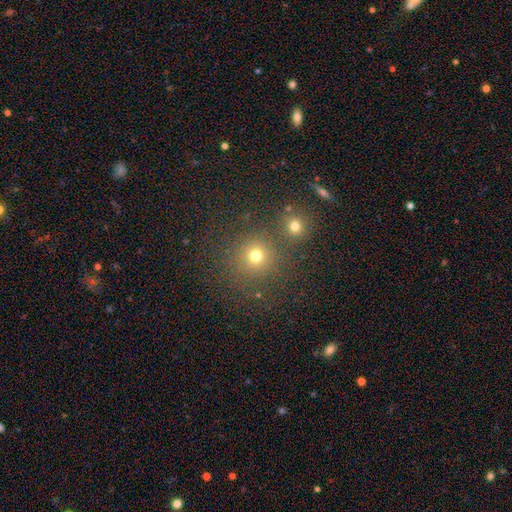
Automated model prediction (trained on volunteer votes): This appears to be a smooth galaxy with no disk features (72%) that is round (90%). Merging: none (69%).